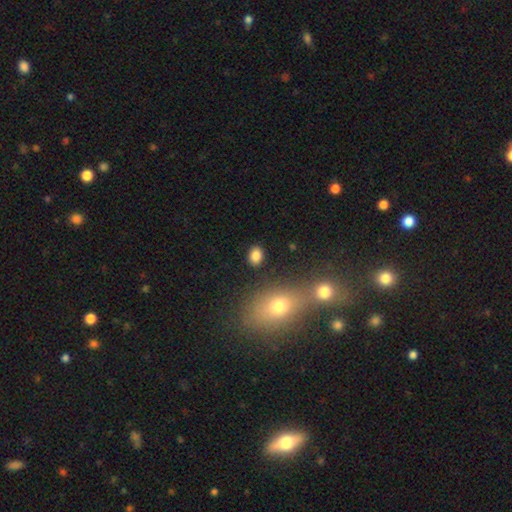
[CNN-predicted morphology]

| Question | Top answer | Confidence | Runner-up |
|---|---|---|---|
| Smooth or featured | smooth | 84% | star or artifact (10%) |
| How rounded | in between | 69% | round (29%) |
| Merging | none | 85% | minor disturbance (8%) |